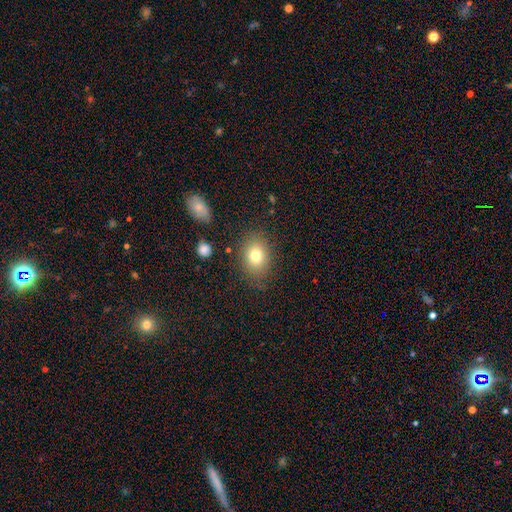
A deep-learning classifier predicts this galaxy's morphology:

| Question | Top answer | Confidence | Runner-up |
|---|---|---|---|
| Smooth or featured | smooth | 77% | featured or disk (12%) |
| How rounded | in between | 59% | round (40%) |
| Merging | none | 81% | minor disturbance (12%) |